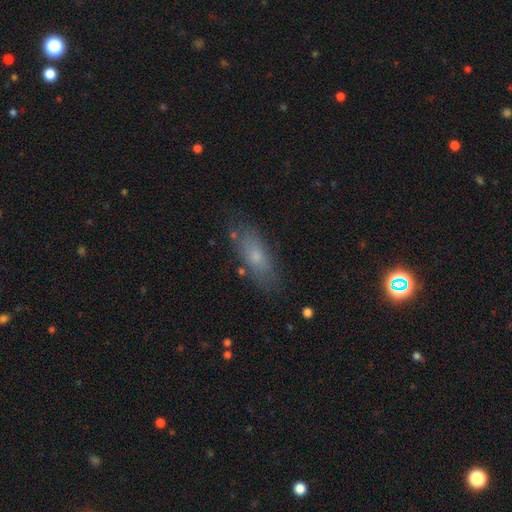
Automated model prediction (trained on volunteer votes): Overall: smooth (64%; featured or disk 26%). How rounded: in between (66%; cigar-shaped 31%). Merging: none (74%).